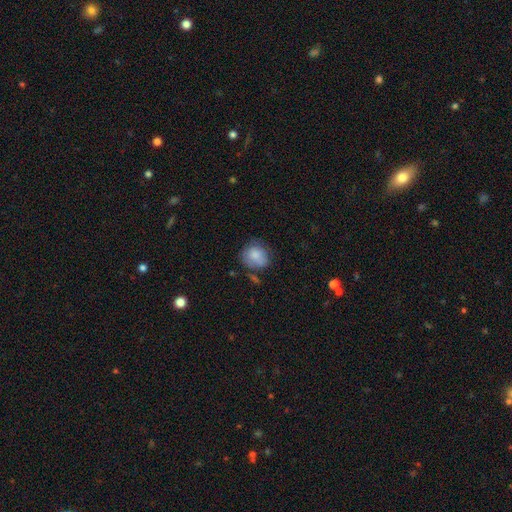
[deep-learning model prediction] The model was most divided on "merging": none: 57%, minor disturbance: 27%, major disturbance: 9%, merger: 6%. More confident: smooth or featured — smooth (82%); how rounded — round (73%).